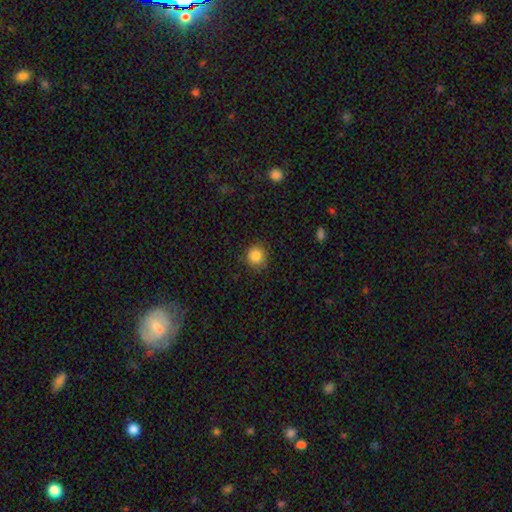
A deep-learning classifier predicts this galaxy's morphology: A smooth galaxy with no disk features (85%) that is round (90%). Merging: none (86%).